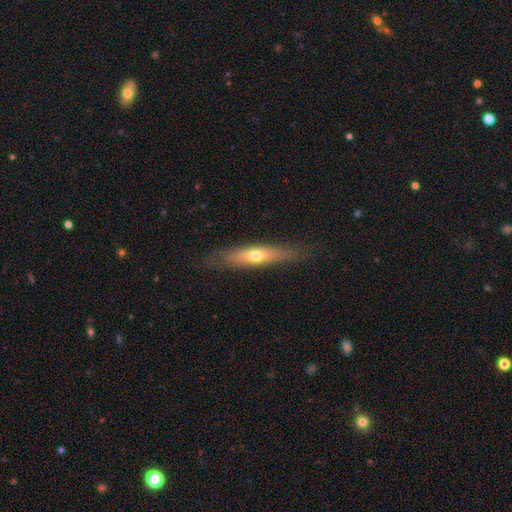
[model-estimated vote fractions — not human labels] The model was most divided on "smooth or featured": smooth: 52%, featured or disk: 42%, star or artifact: 6%. More confident: merging — none (82%); how rounded — cigar-shaped (79%).